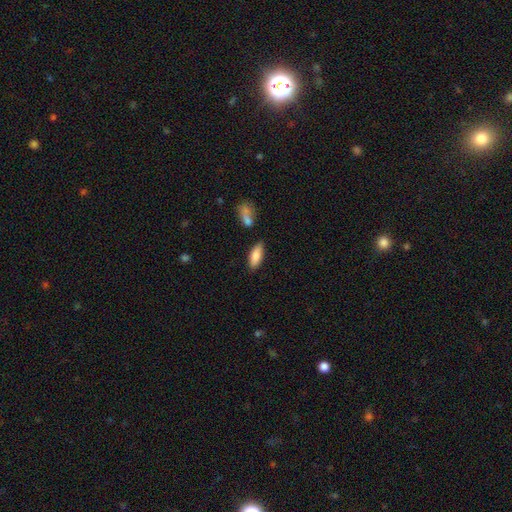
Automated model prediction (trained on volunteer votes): smooth_or_featured: smooth (p=0.83) [alt: featured or disk p=0.10]
how_rounded: in between (p=0.76) [alt: cigar-shaped p=0.22]
merging: none (p=0.78) [alt: minor disturbance p=0.13]